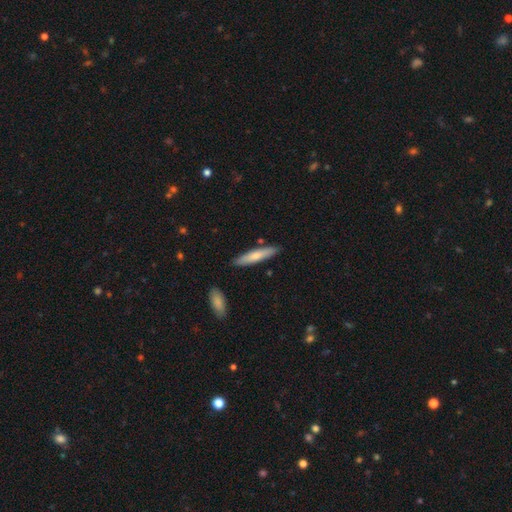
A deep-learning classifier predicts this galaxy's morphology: This appears to be a smooth galaxy with no disk features (69%) that is cigar-shaped (86%). Merging: none (85%).